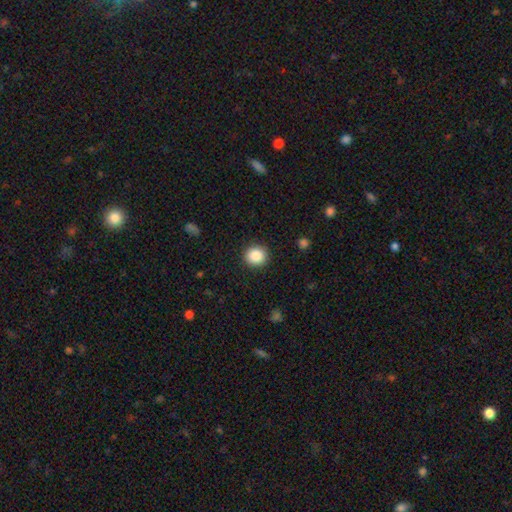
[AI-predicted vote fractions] A smooth galaxy with no disk features (87%) that is round (90%). Merging: none (91%).